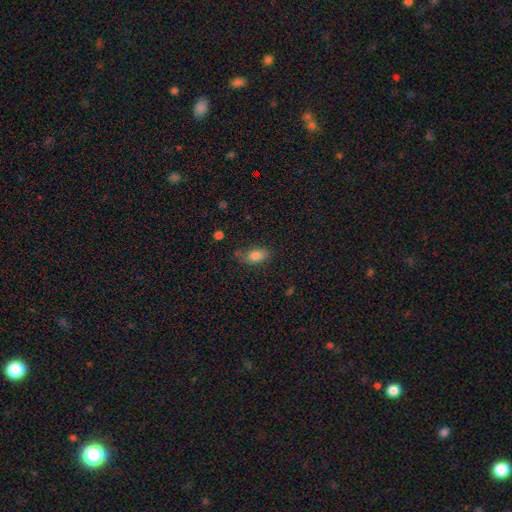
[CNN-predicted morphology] Overall: smooth (82%). How rounded: in between (87%). Merging: none (60%; minor disturbance 28%).